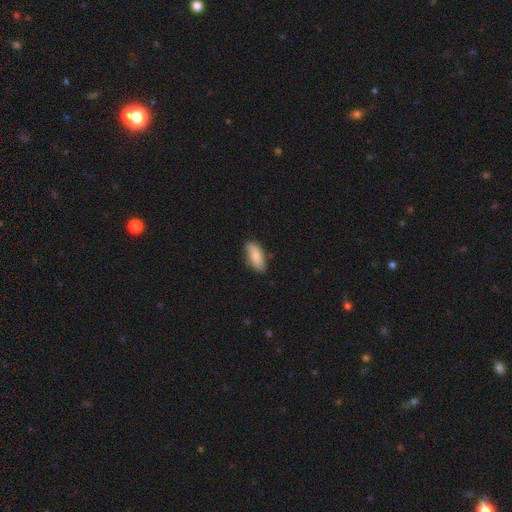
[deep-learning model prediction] Smooth or featured?
  - smooth: 85% *
  - featured or disk: 9%
  - star or artifact: 6%
How rounded?
  - in between: 76% *
  - cigar-shaped: 22%
  - round: 2%
Merging?
  - none: 80% *
  - minor disturbance: 16%
  - major disturbance: 3%
  - merger: 1%